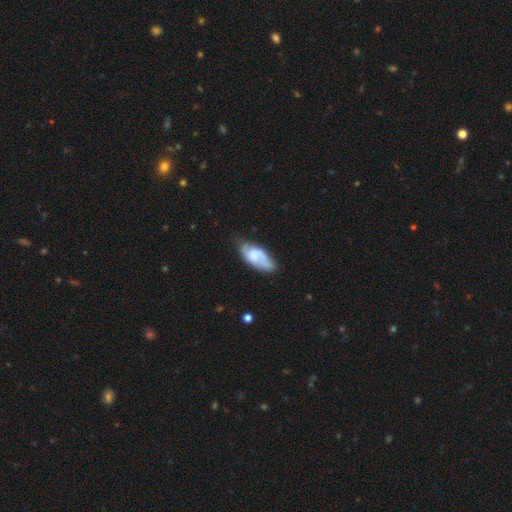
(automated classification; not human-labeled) smooth 60%, featured or disk 33%, star or artifact 7%. Down the decision tree: how rounded — in between (89%); merging — none (52%).